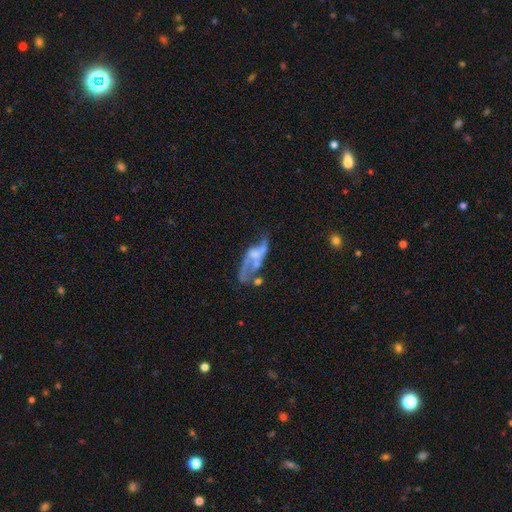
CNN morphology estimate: Smooth or featured?
  - featured or disk: 67% *
  - smooth: 23%
  - star or artifact: 10%
Edge-on disk?
  - no: 89% *
  - yes: 11%
Bar?
  - no: 69% *
  - weak: 23%
  - strong: 8%
Spiral arms?
  - yes: 50% * (tied)
  - no: 50% * (tied)
Bulge size?
  - none: 48% *
  - small: 24%
  - moderate: 20%
  - large: 5%
  - dominant: 2%
Merging?
  - major disturbance: 34% *
  - none: 27%
  - merger: 22%
  - minor disturbance: 17%